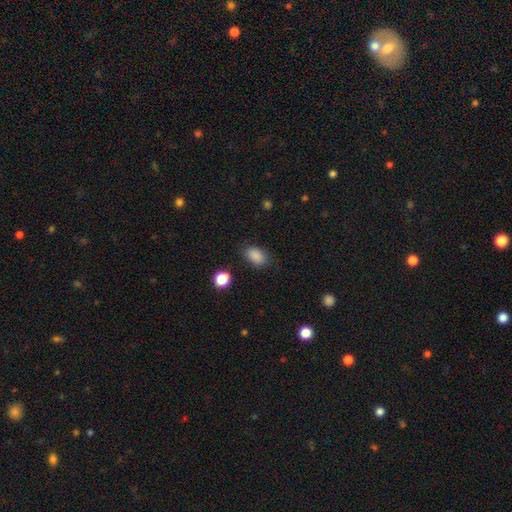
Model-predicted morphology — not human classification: Smooth or featured? smooth (87%)
How rounded? in between (86%)
Merging? none (79%)